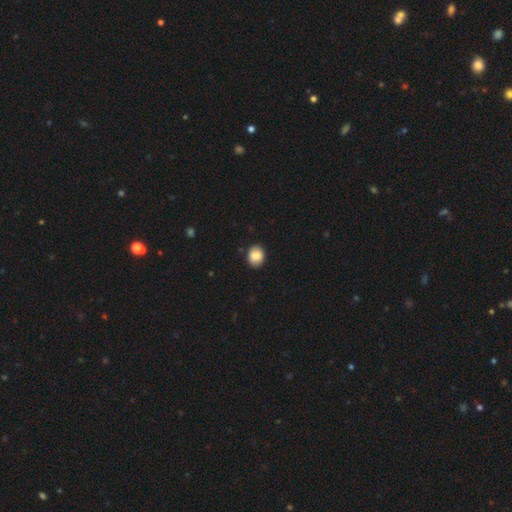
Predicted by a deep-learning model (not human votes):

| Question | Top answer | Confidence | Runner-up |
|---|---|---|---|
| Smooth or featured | smooth | 87% | star or artifact (8%) |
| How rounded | round | 56% | in between (43%) |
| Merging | none | 88% | minor disturbance (9%) |